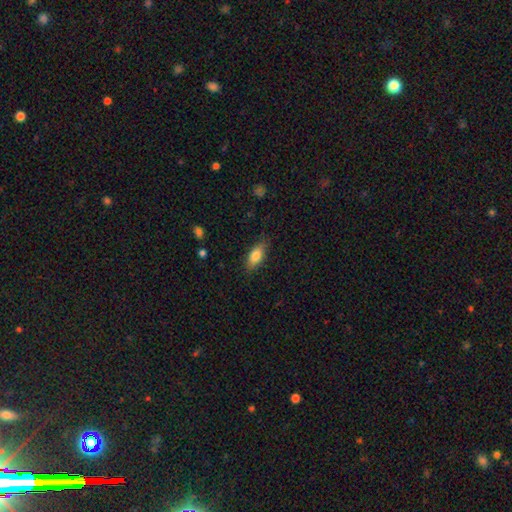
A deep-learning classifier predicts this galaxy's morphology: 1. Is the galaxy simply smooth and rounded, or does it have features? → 79% smooth, 14% featured or disk, 7% star or artifact.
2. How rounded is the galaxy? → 80% in between, 16% cigar-shaped, 3% round.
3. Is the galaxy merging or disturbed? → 82% none, 14% minor disturbance, 3% major disturbance, 1% merger.